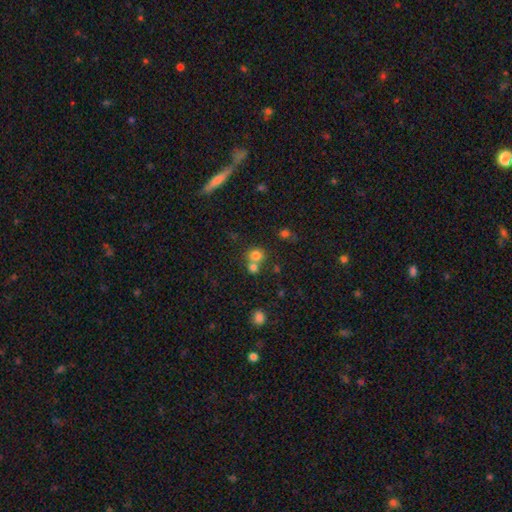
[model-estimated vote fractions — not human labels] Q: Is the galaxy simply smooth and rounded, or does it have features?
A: smooth — 76%.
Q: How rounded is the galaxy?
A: round — 83%.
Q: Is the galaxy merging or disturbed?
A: none — 47%.